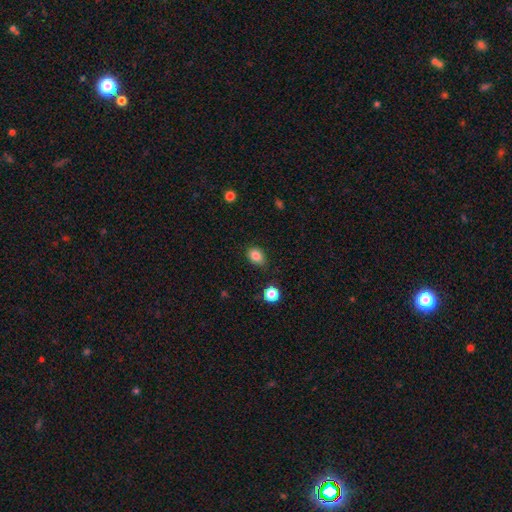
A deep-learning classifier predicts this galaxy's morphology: Q: Smooth or featured?
A: smooth (84%); runner-up: star or artifact (11%)
Q: How rounded?
A: in between (68%); runner-up: round (31%)
Q: Merging?
A: none (78%); runner-up: minor disturbance (16%)